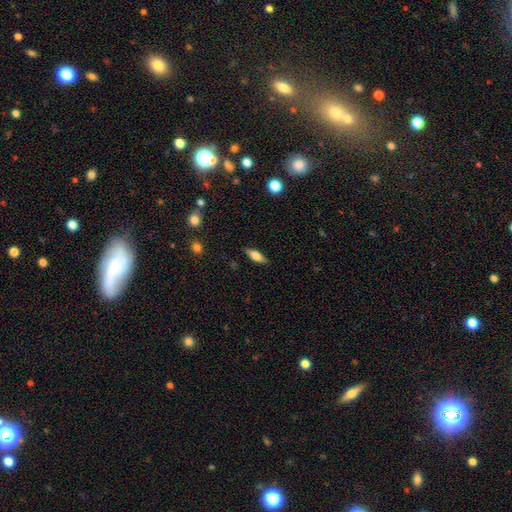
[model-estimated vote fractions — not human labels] A smooth galaxy with no disk features (61%) that is in between round and cigar-shaped (67%). Merging: none (86%).